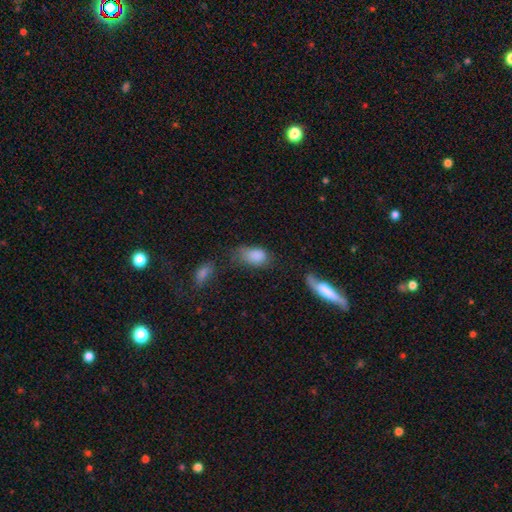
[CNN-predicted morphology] The model was most divided on "merging": none: 42%, minor disturbance: 31%, major disturbance: 17%, merger: 10%. More confident: how rounded — in between (89%); smooth or featured — smooth (83%).